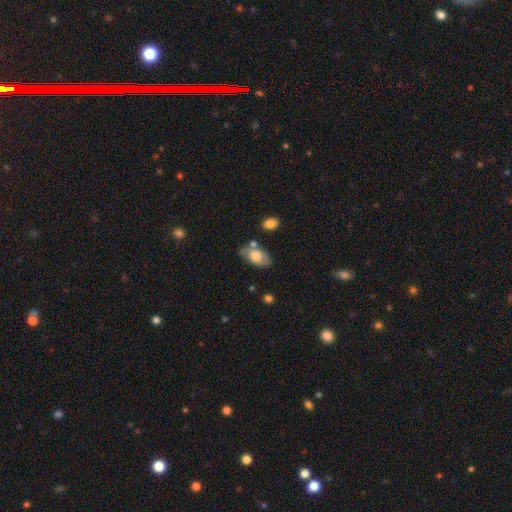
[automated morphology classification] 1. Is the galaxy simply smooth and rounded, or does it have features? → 63% smooth, 30% featured or disk, 7% star or artifact.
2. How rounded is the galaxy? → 91% in between, 7% round, 2% cigar-shaped.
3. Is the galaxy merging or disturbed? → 58% none, 24% minor disturbance, 11% merger, 7% major disturbance.